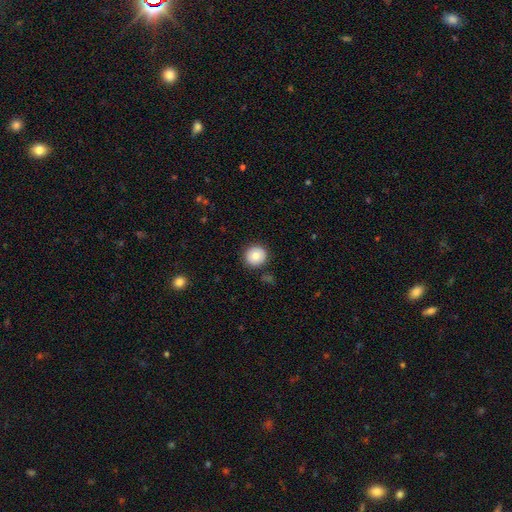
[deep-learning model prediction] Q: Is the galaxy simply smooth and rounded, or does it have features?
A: smooth — 79%.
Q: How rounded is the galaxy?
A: round — 93%.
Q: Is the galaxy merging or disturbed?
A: none — 89%.